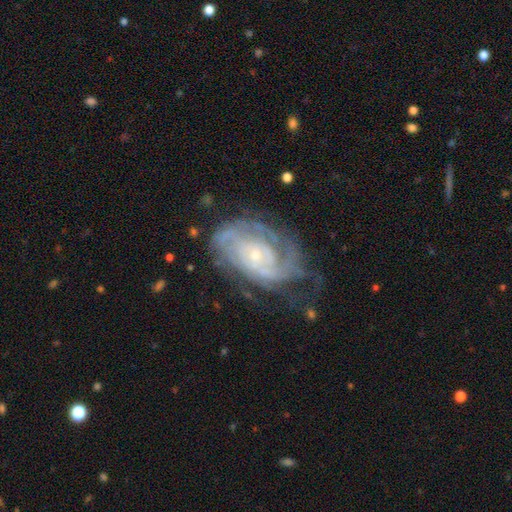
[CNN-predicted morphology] Overall: featured or disk (85%). Edge-on disk: no (96%). Bar: no (73%). Spiral arms: yes (93%). Spiral arm count: can't tell (37%; 2 27%). Spiral winding: tight (67%). Bulge size: small (75%). Merging: none (56%; minor disturbance 24%).